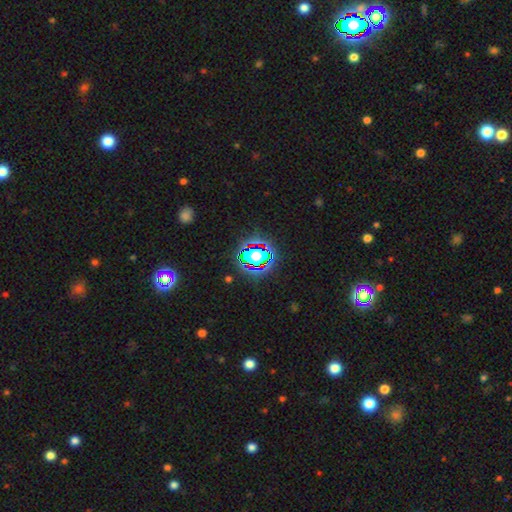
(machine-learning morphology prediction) This appears to be a star or artifact, not a galaxy (59%).